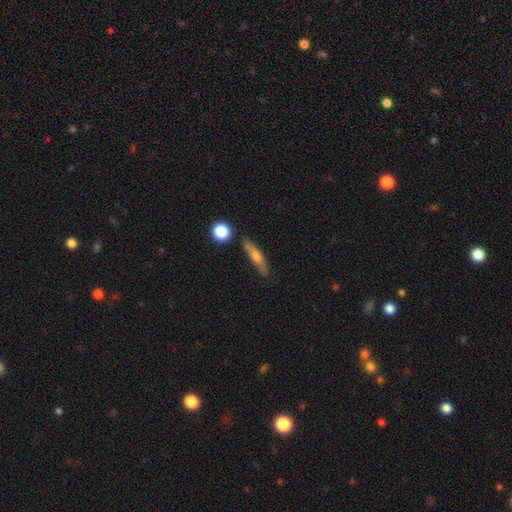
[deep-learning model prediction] Smooth or featured? smooth (47%)
Merging? none (83%)